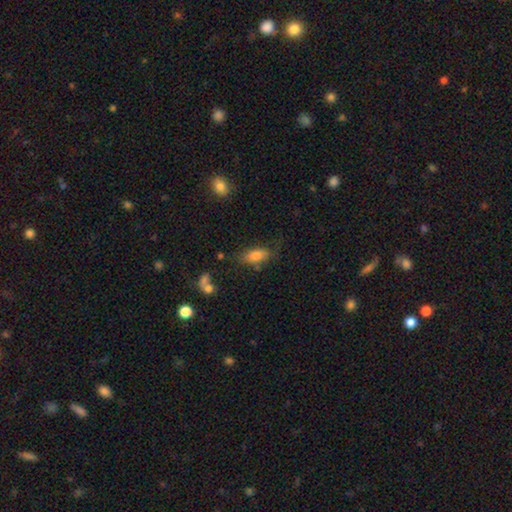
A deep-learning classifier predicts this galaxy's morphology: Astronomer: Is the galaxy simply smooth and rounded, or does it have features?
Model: smooth — 80%.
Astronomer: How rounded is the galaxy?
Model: in between — 85%.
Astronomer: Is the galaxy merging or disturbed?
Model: none — 63%.